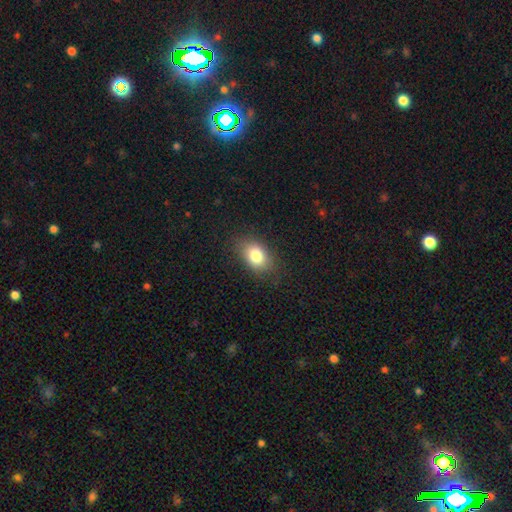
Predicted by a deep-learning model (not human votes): Smooth or featured?
  - smooth: 81% *
  - featured or disk: 10%
  - star or artifact: 10%
How rounded?
  - in between: 79% *
  - round: 19%
  - cigar-shaped: 2%
Merging?
  - none: 81% *
  - minor disturbance: 14%
  - major disturbance: 4%
  - merger: 1%